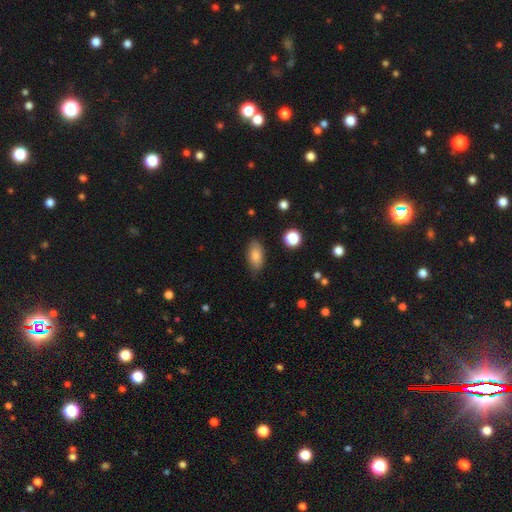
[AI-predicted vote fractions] Overall: smooth (82%). How rounded: in between (90%). Merging: none (80%).